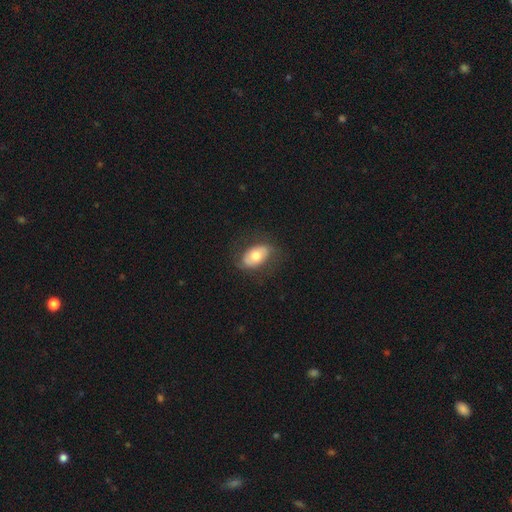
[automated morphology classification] smooth_or_featured: smooth (p=0.60) [alt: featured or disk p=0.34]
how_rounded: in between (p=0.90) [alt: round p=0.08]
merging: none (p=0.75) [alt: minor disturbance p=0.16]